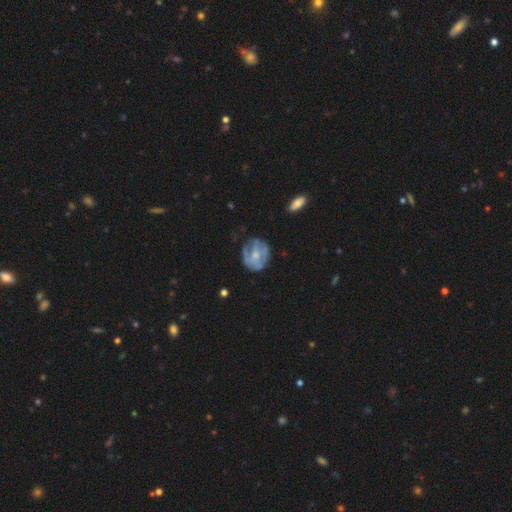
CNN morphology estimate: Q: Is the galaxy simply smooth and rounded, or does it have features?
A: featured or disk — 58%.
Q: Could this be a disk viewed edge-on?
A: no — 97%.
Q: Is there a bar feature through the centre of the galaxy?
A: no — 74%.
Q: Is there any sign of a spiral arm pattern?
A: no — 59%.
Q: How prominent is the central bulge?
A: moderate — 45%.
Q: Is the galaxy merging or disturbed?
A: none — 59%.